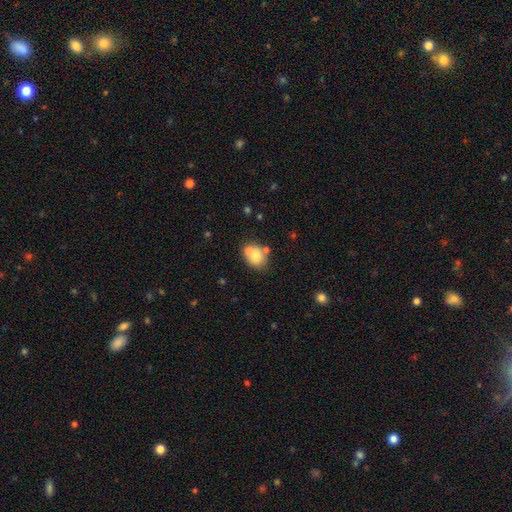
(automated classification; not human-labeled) smooth-or-featured: smooth: 70% | featured or disk: 19% | star or artifact: 11%
  how-rounded: round: 57% | in between: 42% | cigar-shaped: 1%
  merging: none: 52% | merger: 30% | minor disturbance: 13% | major disturbance: 5%